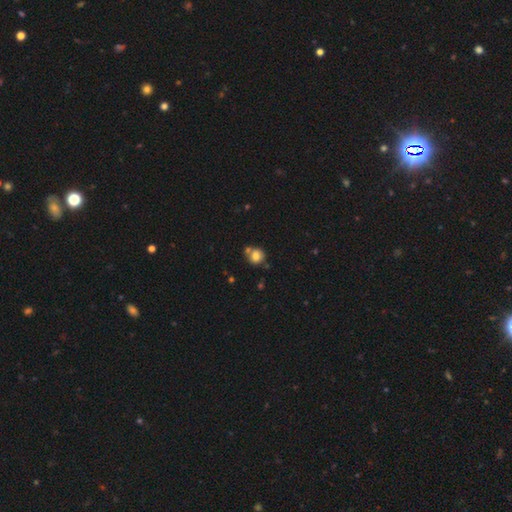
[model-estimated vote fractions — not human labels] smooth_or_featured: smooth (p=0.79) [alt: featured or disk p=0.10]
how_rounded: round (p=0.83) [alt: in between p=0.16]
merging: none (p=0.58) [alt: merger p=0.25]